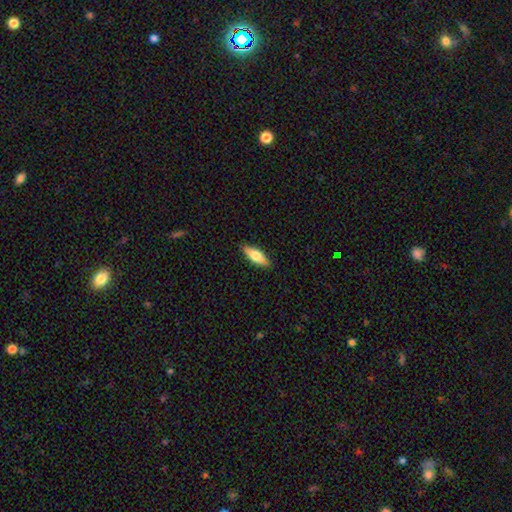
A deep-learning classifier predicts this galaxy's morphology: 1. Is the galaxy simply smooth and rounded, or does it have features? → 66% smooth, 28% featured or disk, 6% star or artifact.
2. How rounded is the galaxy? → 63% in between, 34% cigar-shaped, 2% round.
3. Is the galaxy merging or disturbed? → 87% none, 10% minor disturbance, 2% major disturbance, 1% merger.